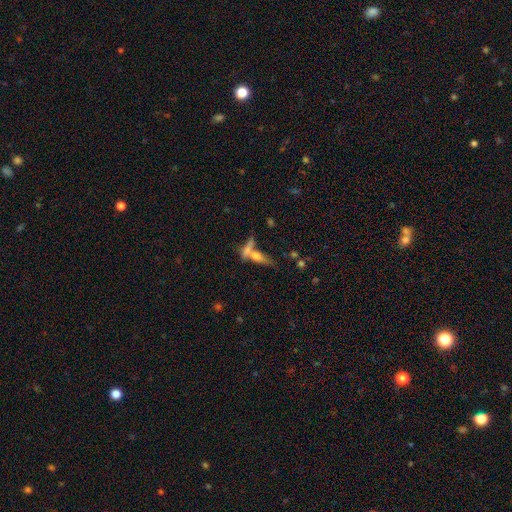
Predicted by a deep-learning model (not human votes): Q: Smooth or featured?
A: smooth (59%); runner-up: featured or disk (30%)
Q: How rounded?
A: cigar-shaped (56%); runner-up: in between (40%)
Q: Merging?
A: merger (53%); runner-up: none (32%)